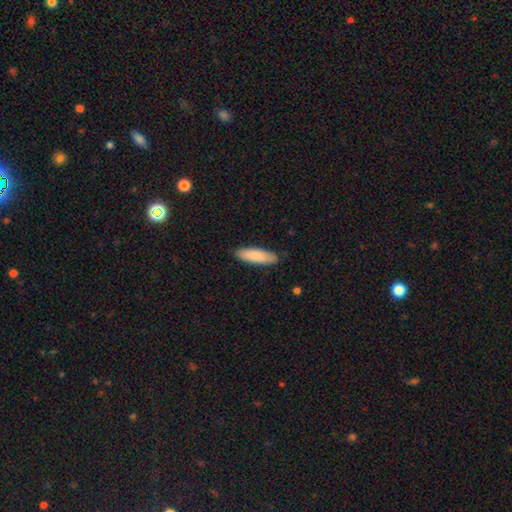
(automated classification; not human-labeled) A smooth galaxy with no disk features (86%) that is in between round and cigar-shaped (49%, tied with cigar-shaped). Merging: none (86%).